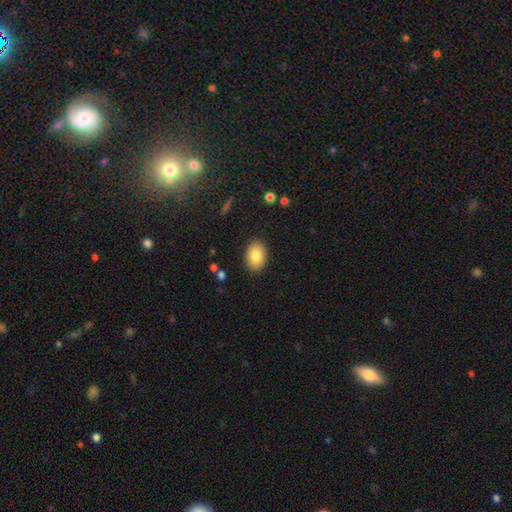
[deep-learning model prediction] smooth_or_featured: smooth (p=0.84) [alt: featured or disk p=0.09]
how_rounded: in between (p=0.85) [alt: round p=0.14]
merging: none (p=0.89) [alt: minor disturbance p=0.08]